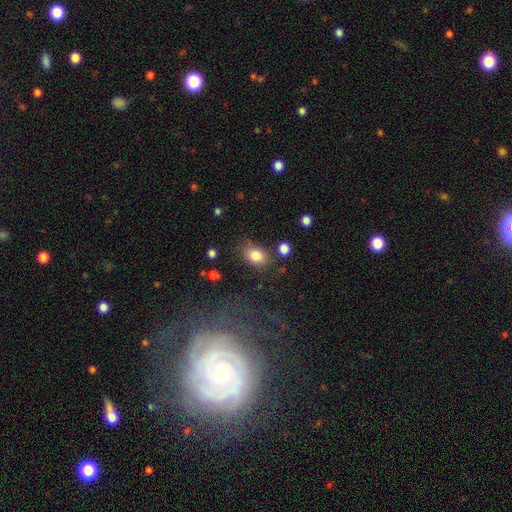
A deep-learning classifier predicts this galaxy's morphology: The model was most divided on "how rounded": in between: 73%, round: 26%, cigar-shaped: 1%. More confident: smooth or featured — smooth (83%); merging — none (70%).